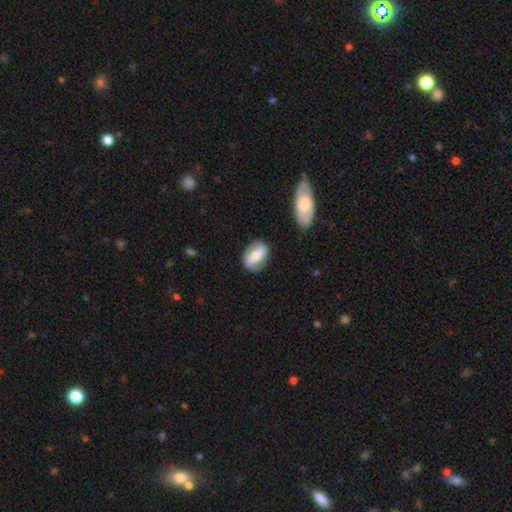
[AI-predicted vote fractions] Smooth or featured? featured or disk (49%)
Merging? none (79%)